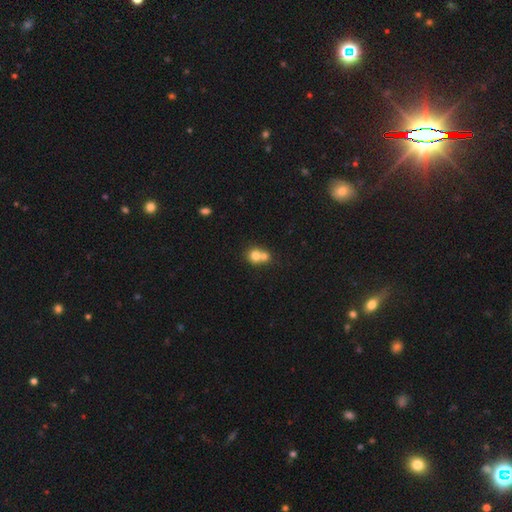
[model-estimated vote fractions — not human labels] The model was most divided on "merging": merger: 62%, none: 30%, minor disturbance: 5%, major disturbance: 2%. More confident: how rounded — round (79%); smooth or featured — smooth (74%).